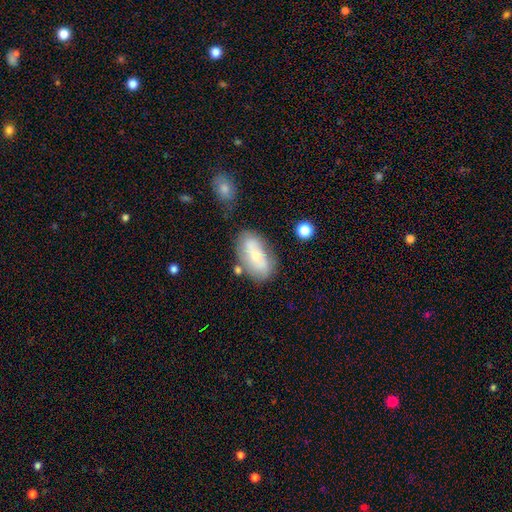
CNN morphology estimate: Overall: smooth (54%; featured or disk 39%). How rounded: in between (89%). Merging: none (66%).